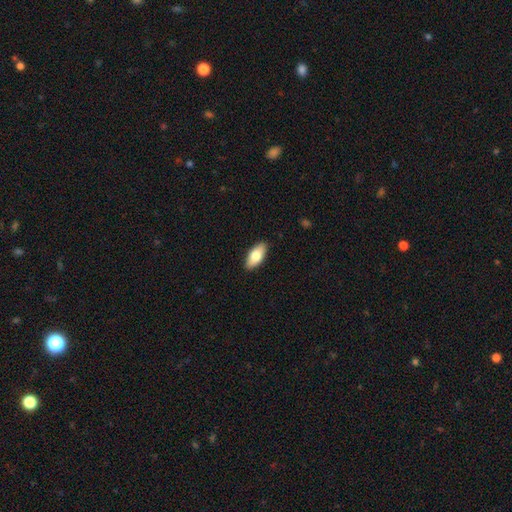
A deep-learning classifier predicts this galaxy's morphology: Smooth or featured? Predicted: smooth (p=0.78). How rounded? Predicted: in between (p=0.89). Merging? Predicted: none (p=0.89).